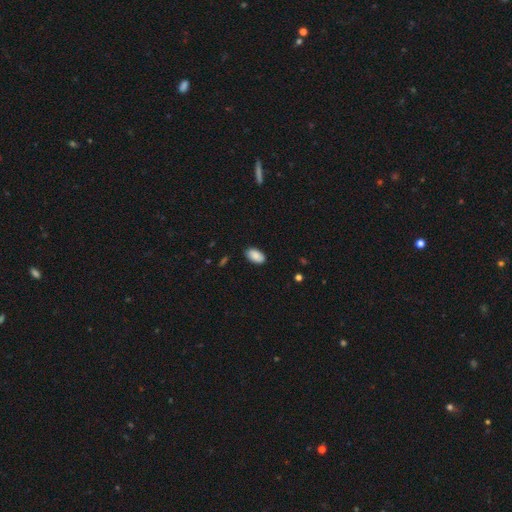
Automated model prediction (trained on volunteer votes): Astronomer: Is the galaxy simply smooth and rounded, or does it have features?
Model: smooth — 88%.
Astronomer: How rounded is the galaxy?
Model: in between — 95%.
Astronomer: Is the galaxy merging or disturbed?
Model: none — 87%.